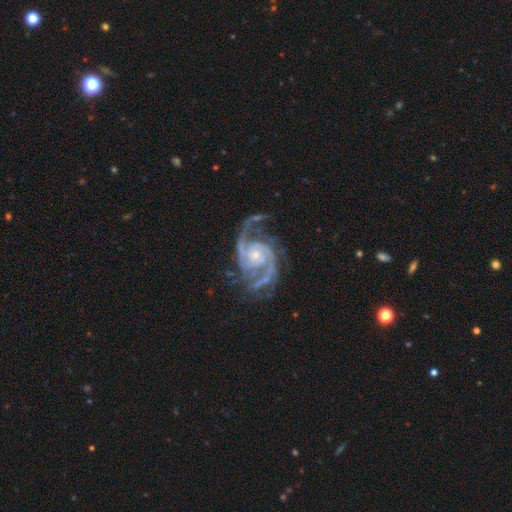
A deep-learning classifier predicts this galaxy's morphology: This appears to be a featured or disk galaxy (94%) with no bar (66%), 2 (61%) medium (56%) spiral arms (99%) and a small central bulge (61%). Merging: none (62%).